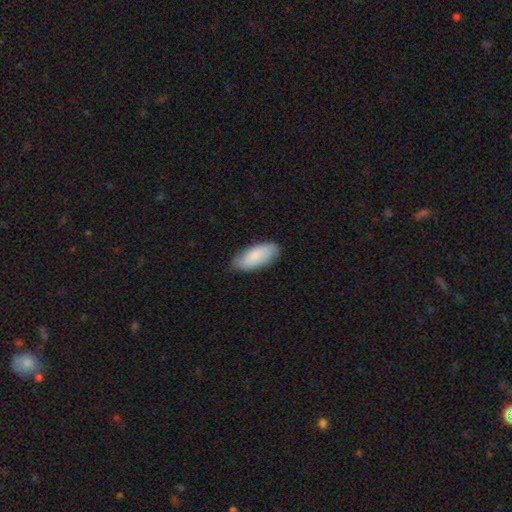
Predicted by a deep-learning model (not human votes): Q: Smooth or featured?
A: smooth (83%); runner-up: featured or disk (11%)
Q: How rounded?
A: in between (88%); runner-up: cigar-shaped (11%)
Q: Merging?
A: none (77%); runner-up: minor disturbance (19%)